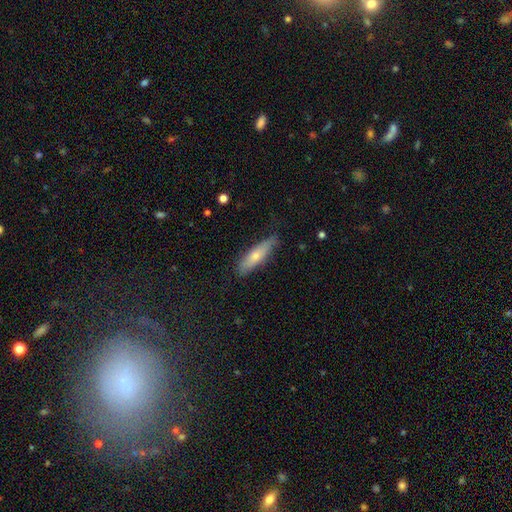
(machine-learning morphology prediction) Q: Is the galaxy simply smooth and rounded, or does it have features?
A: smooth — 65%.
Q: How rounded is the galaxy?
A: cigar-shaped — 66%.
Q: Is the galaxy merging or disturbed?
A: none — 77%.